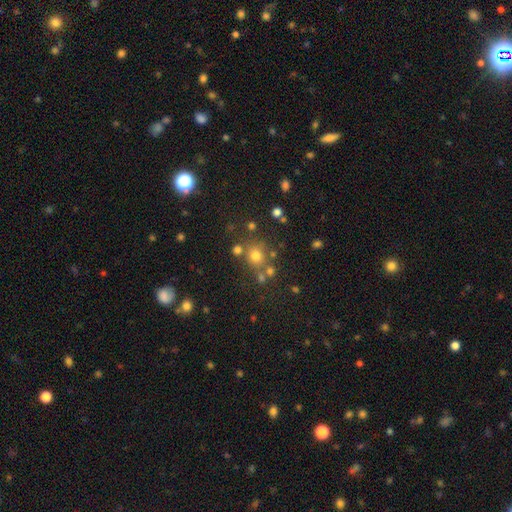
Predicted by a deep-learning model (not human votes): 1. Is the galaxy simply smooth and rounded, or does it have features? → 69% smooth, 21% star or artifact, 10% featured or disk.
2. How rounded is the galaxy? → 86% round, 13% in between, 1% cigar-shaped.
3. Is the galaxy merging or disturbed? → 69% none, 14% merger, 11% minor disturbance, 5% major disturbance.